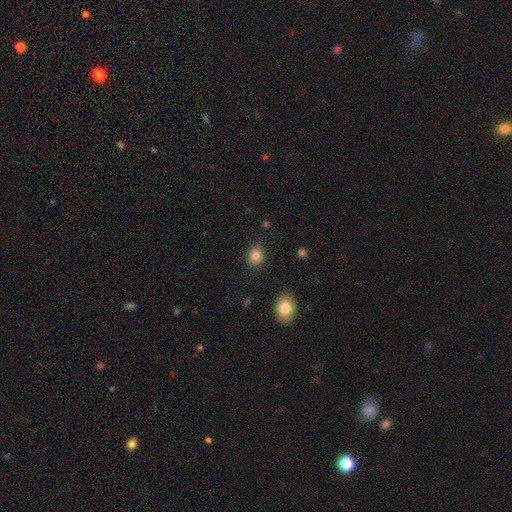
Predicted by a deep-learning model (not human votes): Smooth or featured? Predicted: smooth (p=0.85). How rounded? Predicted: in between (p=0.56). Merging? Predicted: none (p=0.85).